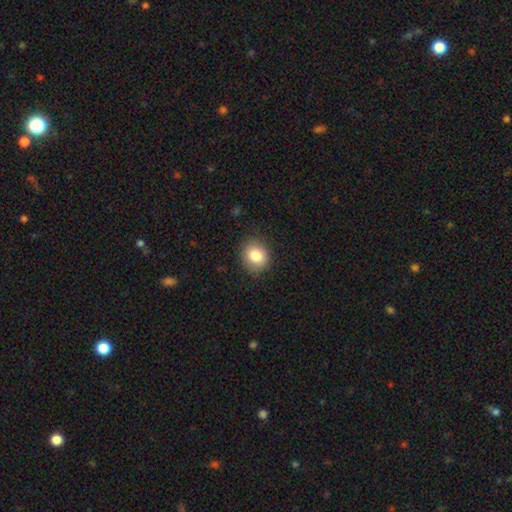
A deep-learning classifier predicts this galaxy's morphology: The model was most divided on "how rounded": round: 71%, in between: 28%, cigar-shaped: 1%. More confident: merging — none (85%); smooth or featured — smooth (85%).